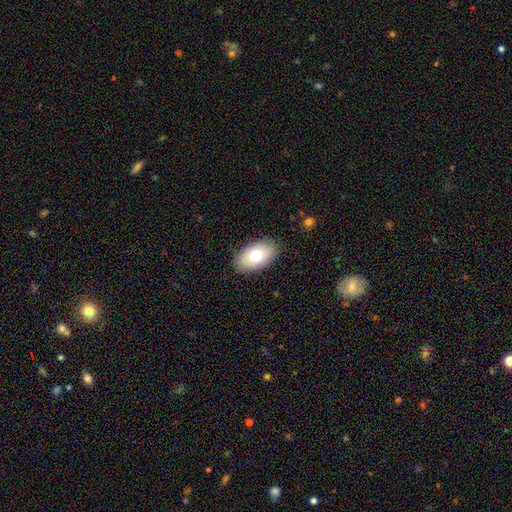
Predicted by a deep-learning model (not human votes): Smooth or featured? smooth (75%)
How rounded? in between (94%)
Merging? none (88%)